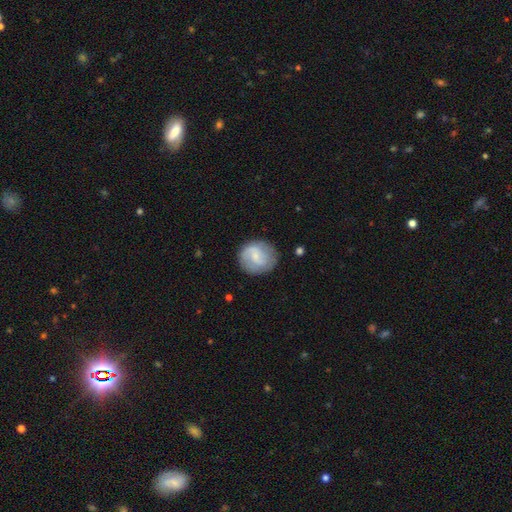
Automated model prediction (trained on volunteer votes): Morphology: type=featured or disk (50%); edge-on=no (98%); merging=none (81%).